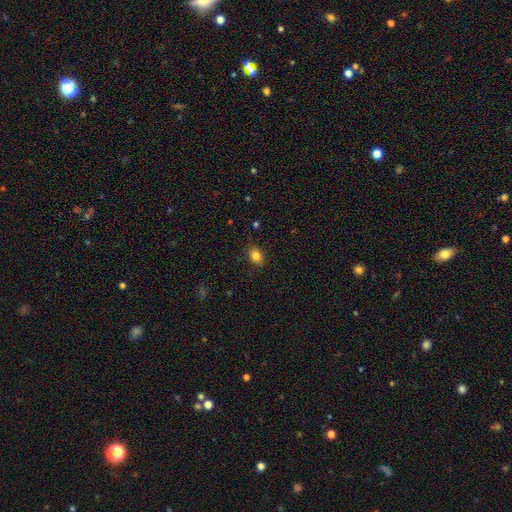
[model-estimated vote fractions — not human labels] smooth_or_featured: smooth (p=0.83) [alt: star or artifact p=0.11]
how_rounded: in between (p=0.70) [alt: round p=0.29]
merging: none (p=0.84) [alt: minor disturbance p=0.12]